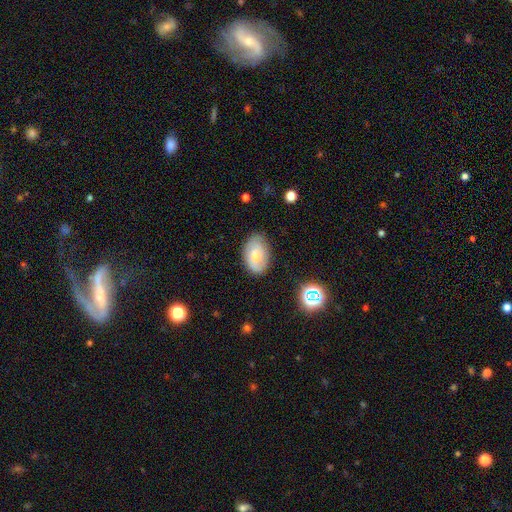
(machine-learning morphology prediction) smooth 56%, featured or disk 36%, star or artifact 8%. Down the decision tree: how rounded — in between (87%); merging — none (77%).